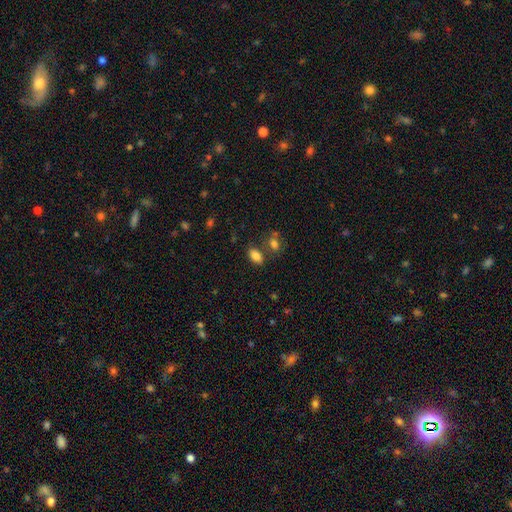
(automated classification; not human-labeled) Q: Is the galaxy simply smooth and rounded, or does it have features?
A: smooth — 84%.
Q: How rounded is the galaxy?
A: in between — 89%.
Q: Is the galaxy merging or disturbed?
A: none — 67%.